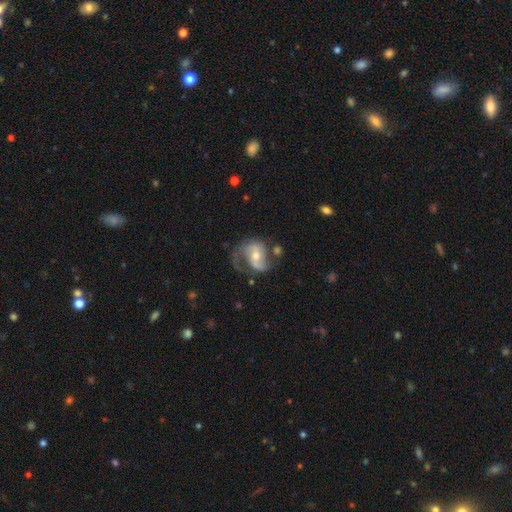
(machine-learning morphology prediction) Q: Smooth or featured?
A: featured or disk (77%); runner-up: smooth (17%)
Q: Edge-on disk?
A: no (97%); runner-up: yes (3%)
Q: Bar?
A: weak (41%); runner-up: no (38%)
Q: Spiral arms?
A: yes (90%); runner-up: no (10%)
Q: Spiral winding?
A: medium (44%); runner-up: loose (38%)
Q: Spiral arm count?
A: 2 (66%); runner-up: 1 (23%)
Q: Bulge size?
A: moderate (61%); runner-up: small (33%)
Q: Merging?
A: none (43%); runner-up: major disturbance (28%)